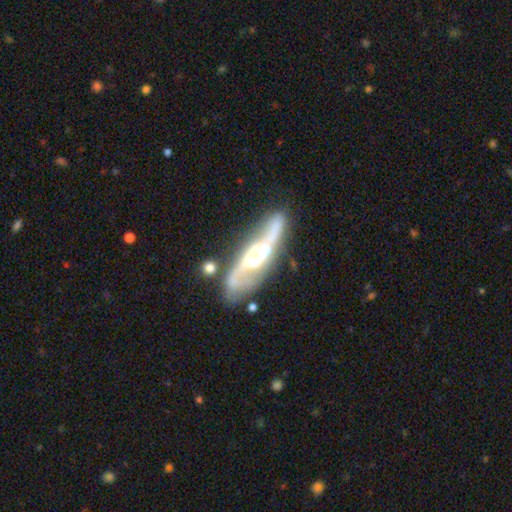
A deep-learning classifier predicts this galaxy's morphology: This is likely a featured or disk galaxy (80%). It is likely not viewed edge-on (71%). Bar: possibly no (47%). Spiral arm pattern: clearly yes (82%). Central bulge: possibly moderate (50%). Merging: possibly none (60%).